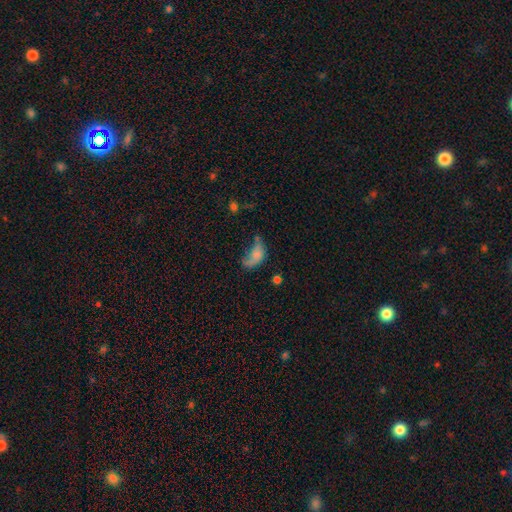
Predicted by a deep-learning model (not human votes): Smooth or featured: smooth — 58% (featured or disk — 31%)
How rounded: in between — 88% (round — 8%)
Merging: major disturbance — 38% (minor disturbance — 27%)